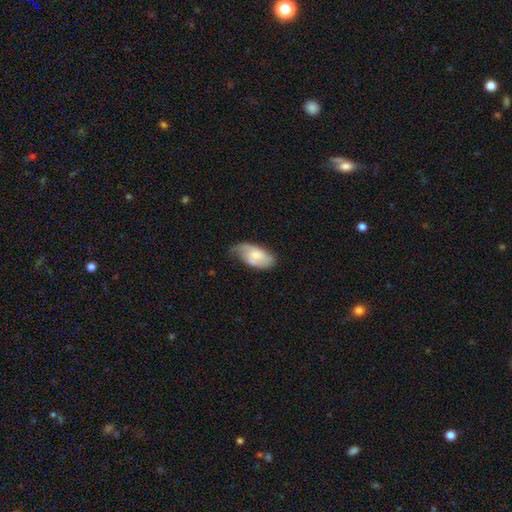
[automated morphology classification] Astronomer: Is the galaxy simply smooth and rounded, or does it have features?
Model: smooth — 51% (runner-up: featured or disk, 43%).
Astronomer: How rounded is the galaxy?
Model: in between — 94%.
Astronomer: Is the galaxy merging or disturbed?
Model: none — 44% (runner-up: minor disturbance, 38%).